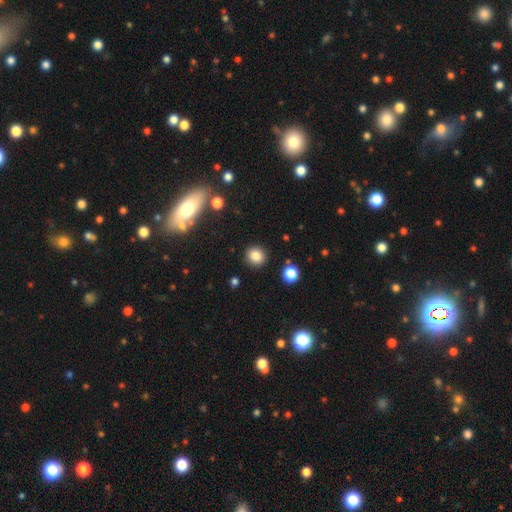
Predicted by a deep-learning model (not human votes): smooth 83%, star or artifact 12%, featured or disk 5%. Down the decision tree: how rounded — round (89%); merging — none (89%).